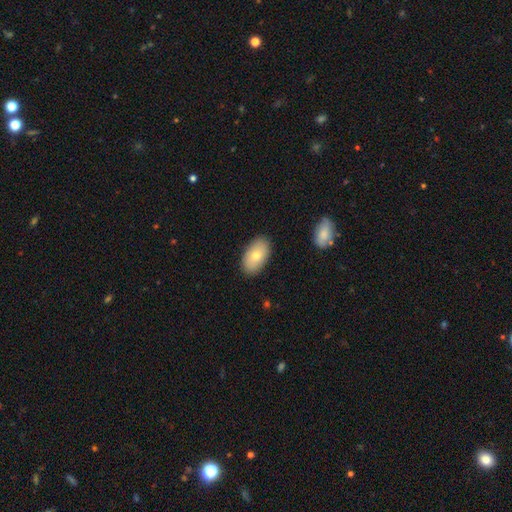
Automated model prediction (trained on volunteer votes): Morphology: type=smooth (75%); roundness=in between (94%); merging=none (88%).